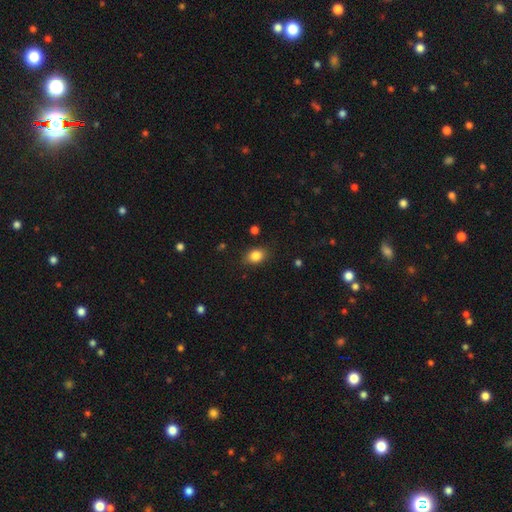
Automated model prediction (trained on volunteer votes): smooth 84%, star or artifact 10%, featured or disk 6%. Down the decision tree: how rounded — in between (70%); merging — none (84%).